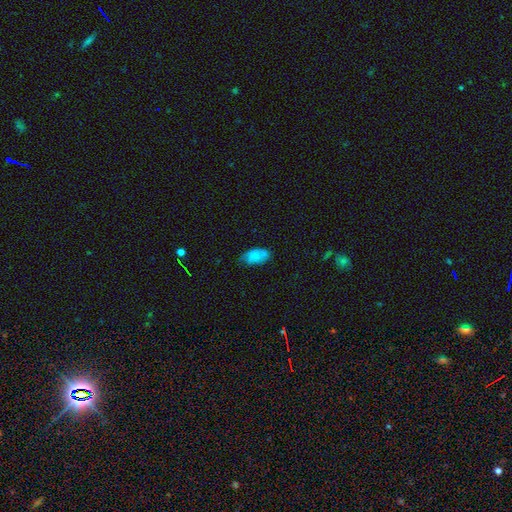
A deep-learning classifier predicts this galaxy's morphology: This appears to be a smooth galaxy with no disk features (74%) that is in between round and cigar-shaped (93%). Merging: none (53%).